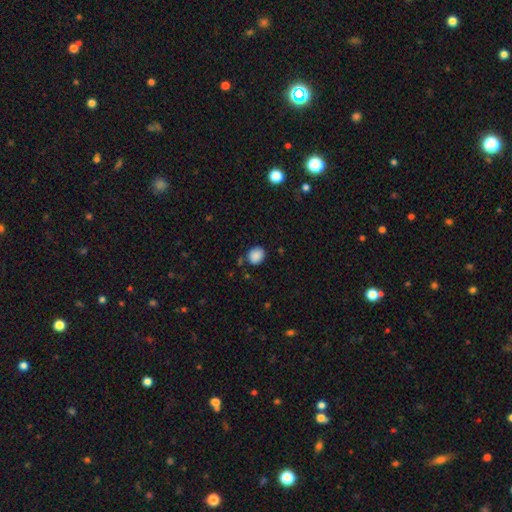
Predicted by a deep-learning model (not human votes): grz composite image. It shows a smooth galaxy with no disk features (88%) that is round (68%). Merging: none (82%).